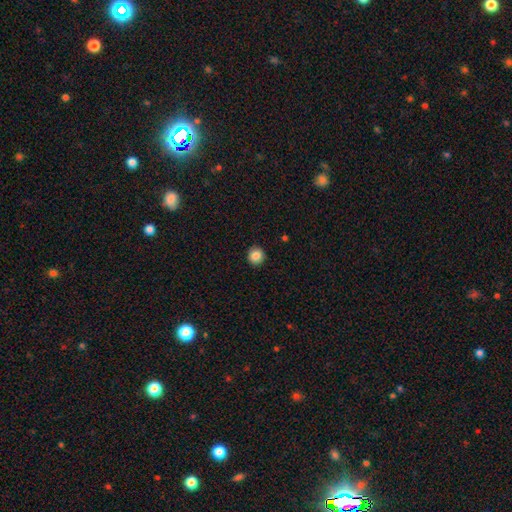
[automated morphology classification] Q: Smooth or featured?
A: smooth (86%); runner-up: star or artifact (9%)
Q: How rounded?
A: round (93%); runner-up: in between (6%)
Q: Merging?
A: none (92%); runner-up: minor disturbance (5%)